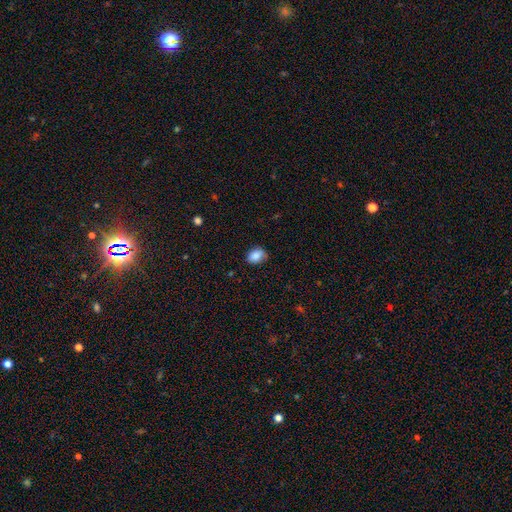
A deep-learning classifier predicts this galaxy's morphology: Q: Smooth or featured?
A: smooth (85%); runner-up: star or artifact (8%)
Q: How rounded?
A: in between (72%); runner-up: round (27%)
Q: Merging?
A: none (68%); runner-up: minor disturbance (25%)